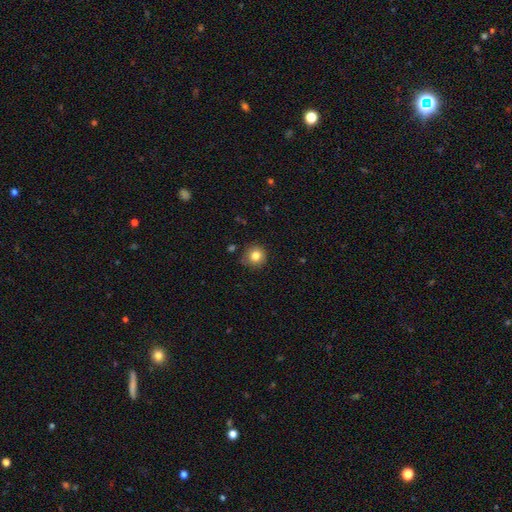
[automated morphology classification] Smooth or featured: smooth — 82% (star or artifact — 11%)
How rounded: round — 93% (in between — 6%)
Merging: none — 86% (minor disturbance — 10%)